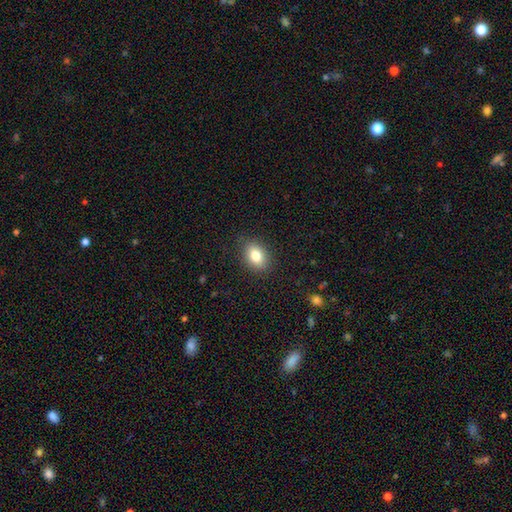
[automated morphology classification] A smooth galaxy with no disk features (82%) that is in between round and cigar-shaped (77%). Merging: none (87%).